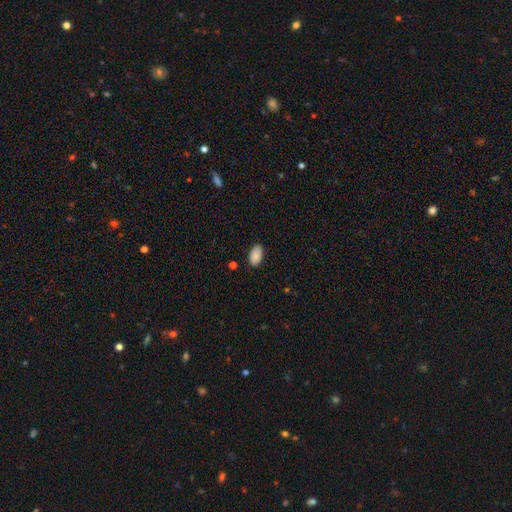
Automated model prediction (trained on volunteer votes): smooth-or-featured: smooth: 87% | star or artifact: 7% | featured or disk: 6%
  how-rounded: in between: 94% | round: 5% | cigar-shaped: 1%
  merging: none: 83% | minor disturbance: 14% | major disturbance: 2% | merger: 1%